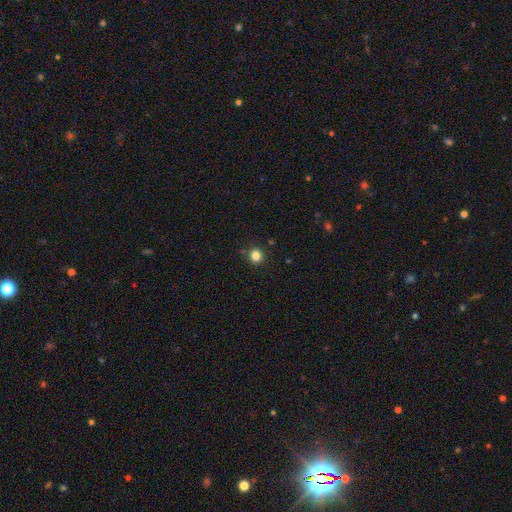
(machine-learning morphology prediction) type=smooth (83%); roundness=round (89%); merging=none (88%).